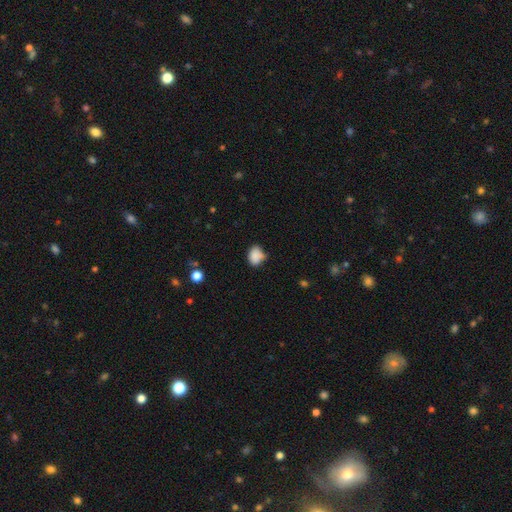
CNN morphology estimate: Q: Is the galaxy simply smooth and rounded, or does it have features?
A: smooth — 85%.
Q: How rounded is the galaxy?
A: in between — 57%.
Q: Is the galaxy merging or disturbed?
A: none — 58%.